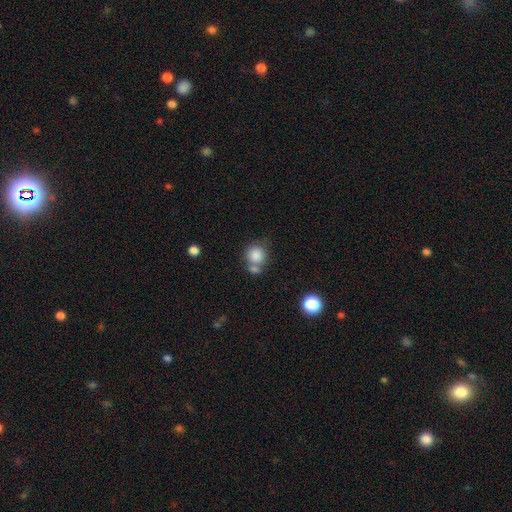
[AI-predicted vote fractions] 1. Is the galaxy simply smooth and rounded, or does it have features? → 83% smooth, 9% star or artifact, 7% featured or disk.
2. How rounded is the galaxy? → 86% round, 13% in between, 1% cigar-shaped.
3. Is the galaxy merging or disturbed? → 49% none, 34% merger, 12% minor disturbance, 5% major disturbance.